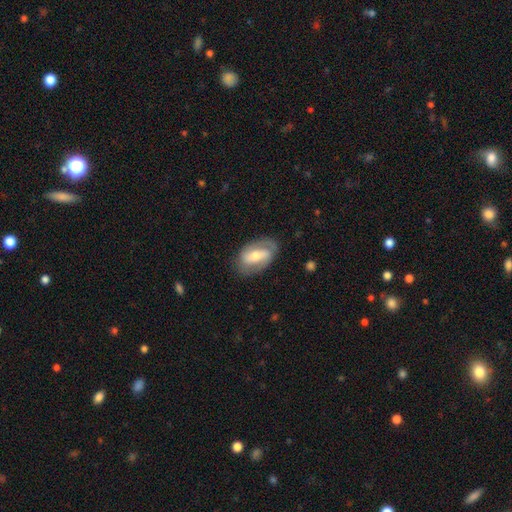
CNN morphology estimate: featured or disk 64%, smooth 30%, star or artifact 6%. Down the decision tree: edge-on disk — no (93%); bar — strong (41%); spiral arms — yes (72%); bulge size — moderate (63%); merging — none (76%).